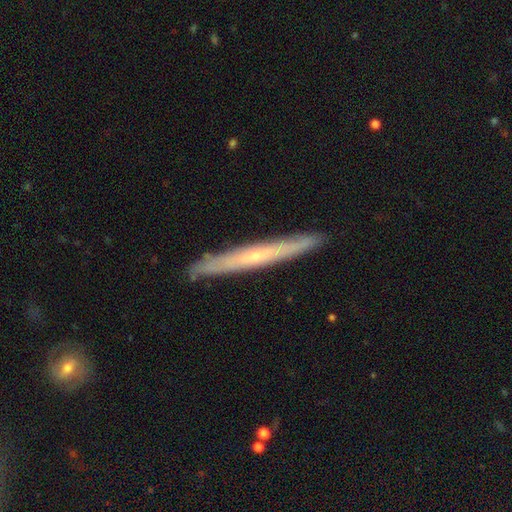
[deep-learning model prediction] Morphology: type=featured or disk (62%); edge-on=yes (92%); edge-on bulge=none (60%); merging=none (90%).